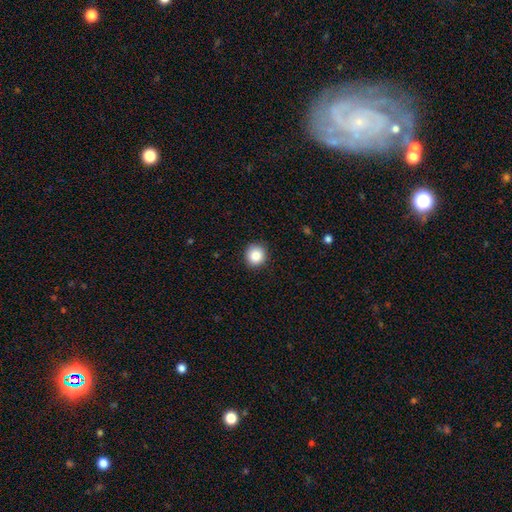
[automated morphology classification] smooth_or_featured: smooth (p=0.87) [alt: star or artifact p=0.09]
how_rounded: round (p=0.90) [alt: in between p=0.09]
merging: none (p=0.90) [alt: minor disturbance p=0.07]